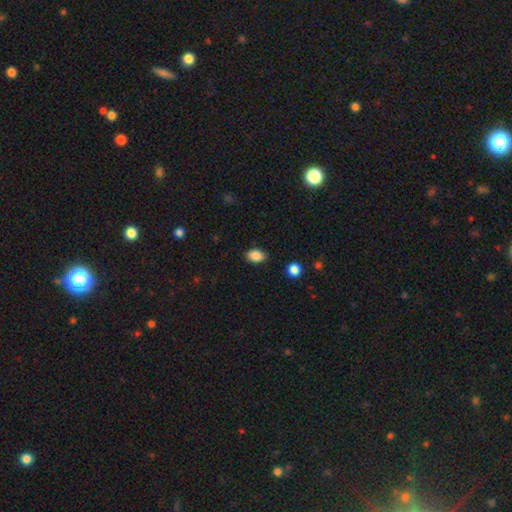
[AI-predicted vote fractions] Smooth or featured: smooth — 86% (star or artifact — 9%)
How rounded: in between — 83% (round — 16%)
Merging: none — 86% (minor disturbance — 10%)